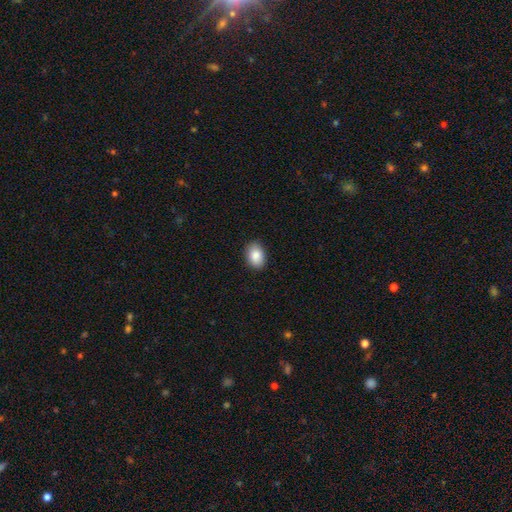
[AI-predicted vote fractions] Q: Smooth or featured?
A: smooth (86%); runner-up: star or artifact (7%)
Q: How rounded?
A: in between (80%); runner-up: round (19%)
Q: Merging?
A: none (89%); runner-up: minor disturbance (9%)